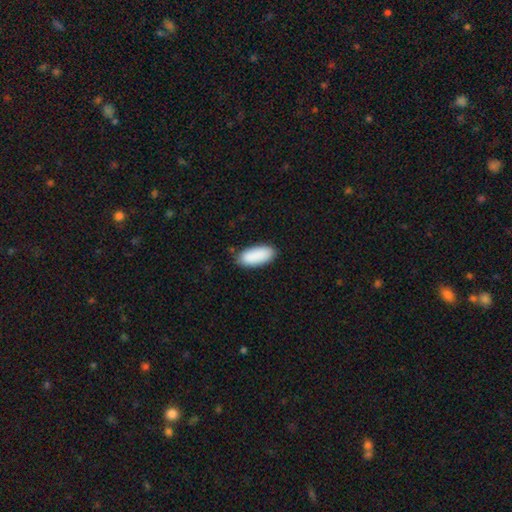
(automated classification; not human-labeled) Q: Smooth or featured?
A: smooth (90%); runner-up: star or artifact (6%)
Q: How rounded?
A: in between (88%); runner-up: cigar-shaped (10%)
Q: Merging?
A: none (84%); runner-up: minor disturbance (12%)